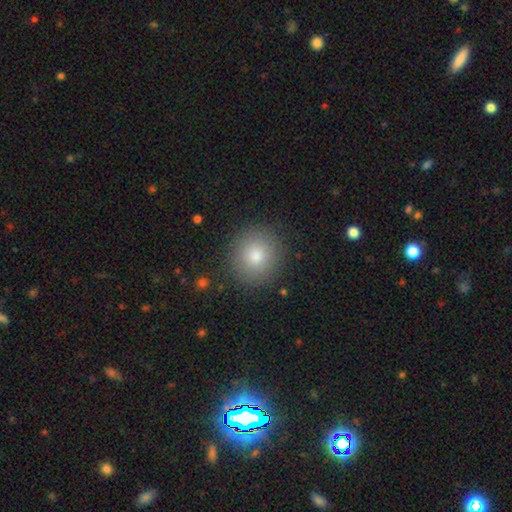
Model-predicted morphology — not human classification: This appears to be a smooth galaxy with no disk features (80%) that is round (89%). Merging: none (89%).